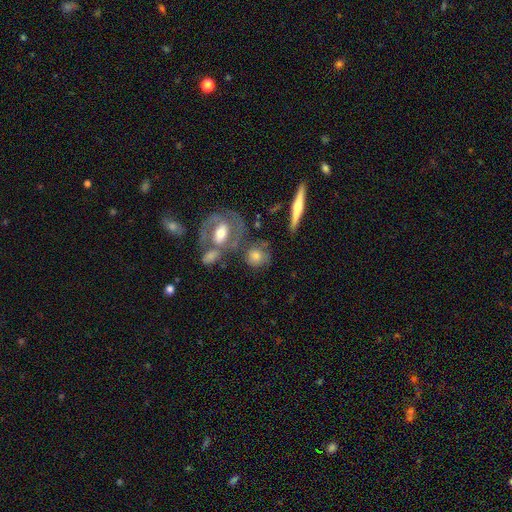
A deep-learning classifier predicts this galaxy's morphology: Smooth or featured: smooth — 53% (featured or disk — 39%)
How rounded: round — 65% (in between — 30%)
Merging: none — 54% (merger — 21%)